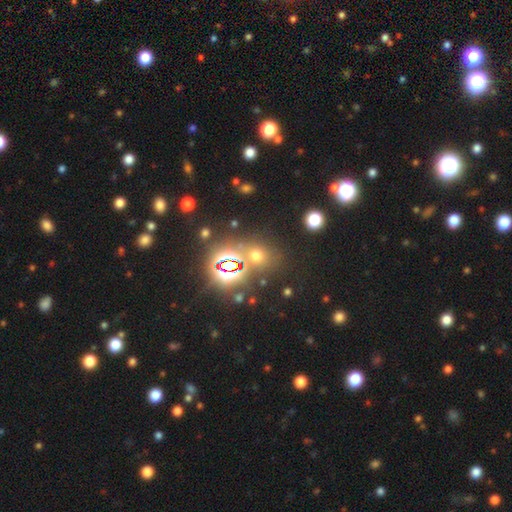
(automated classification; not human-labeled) Smooth or featured? Predicted: smooth (p=0.48). Merging? Predicted: none (p=0.72).